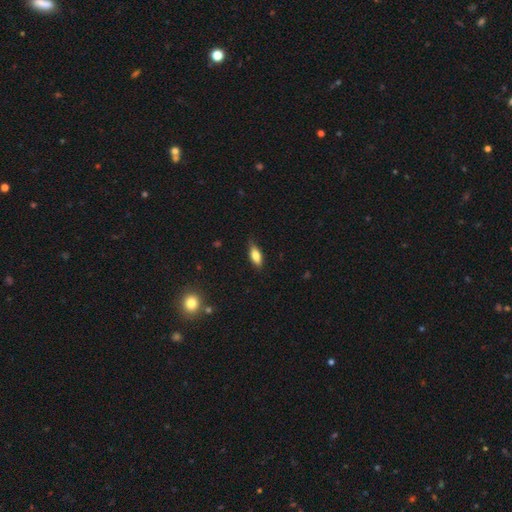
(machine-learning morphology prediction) smooth 71%, featured or disk 22%, star or artifact 7%. Down the decision tree: how rounded — in between (72%); merging — none (80%).